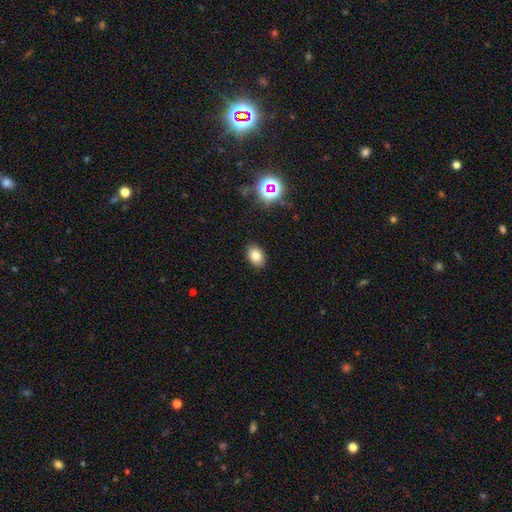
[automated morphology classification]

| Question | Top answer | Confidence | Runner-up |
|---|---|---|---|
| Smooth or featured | smooth | 79% | star or artifact (12%) |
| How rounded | in between | 80% | round (19%) |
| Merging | none | 89% | minor disturbance (8%) |